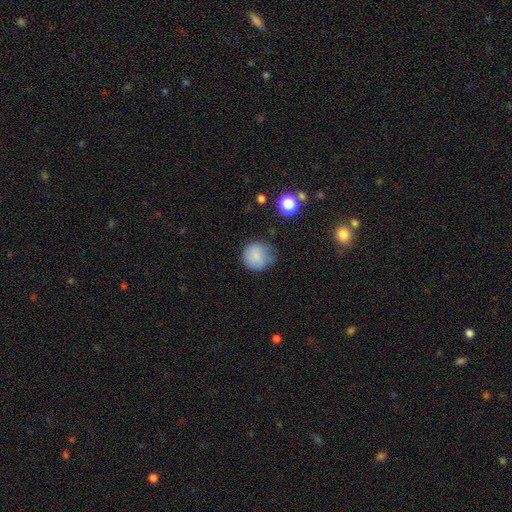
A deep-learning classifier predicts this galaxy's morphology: A smooth galaxy with no disk features (81%) that is round (89%).

Vote fractions:
- Smooth or featured? smooth: 81% / featured or disk: 10% / star or artifact: 9%
- How rounded? round: 89% / in between: 10% / cigar-shaped: 1%
- Merging? none: 68% / minor disturbance: 23% / major disturbance: 7% / merger: 2%